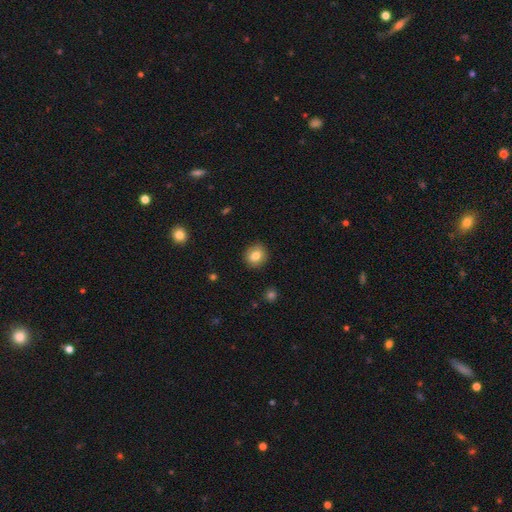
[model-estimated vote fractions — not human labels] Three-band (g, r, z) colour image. It shows a smooth galaxy with no disk features (81%) that is round (83%). Merging: none (89%).